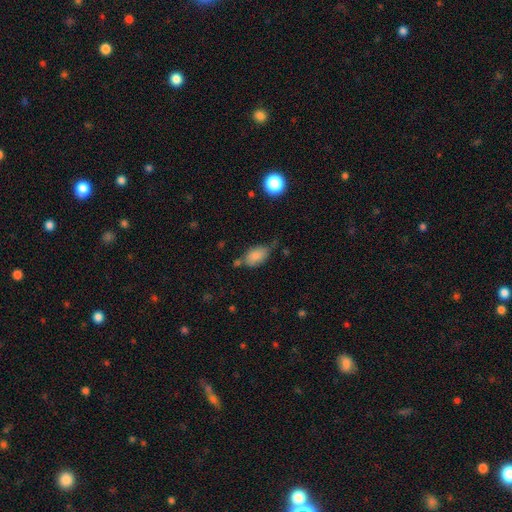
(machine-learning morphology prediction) This appears to be a smooth galaxy with no disk features (83%) that is in between round and cigar-shaped (88%). Merging: none (50%).